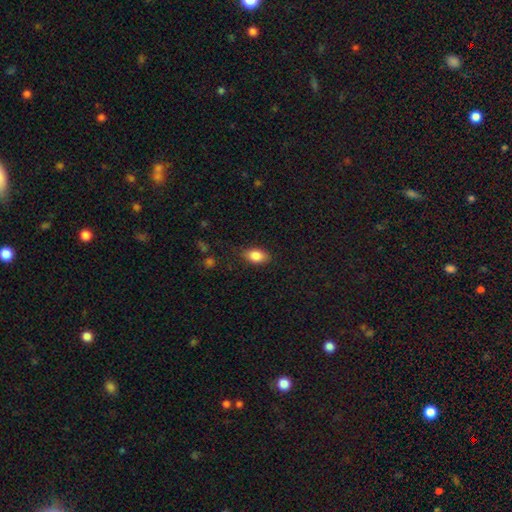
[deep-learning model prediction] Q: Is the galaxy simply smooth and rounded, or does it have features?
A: smooth — 85%.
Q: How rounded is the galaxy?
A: in between — 88%.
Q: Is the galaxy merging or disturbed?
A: none — 79%.